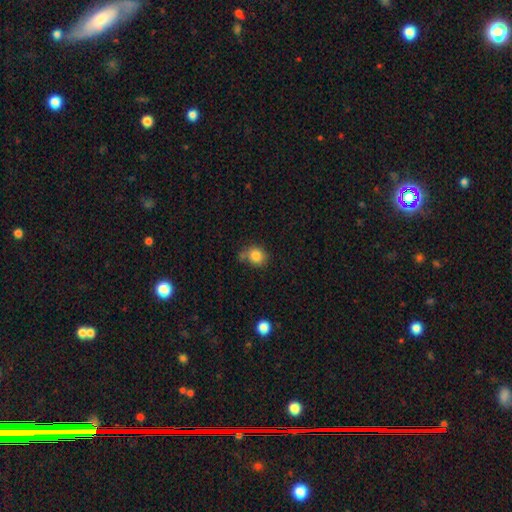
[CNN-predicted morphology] A smooth galaxy with no disk features (84%) that is round (70%).

Vote fractions:
- Smooth or featured? smooth: 84% / star or artifact: 10% / featured or disk: 6%
- How rounded? round: 70% / in between: 29% / cigar-shaped: 1%
- Merging? none: 61% / minor disturbance: 21% / merger: 12% / major disturbance: 6%